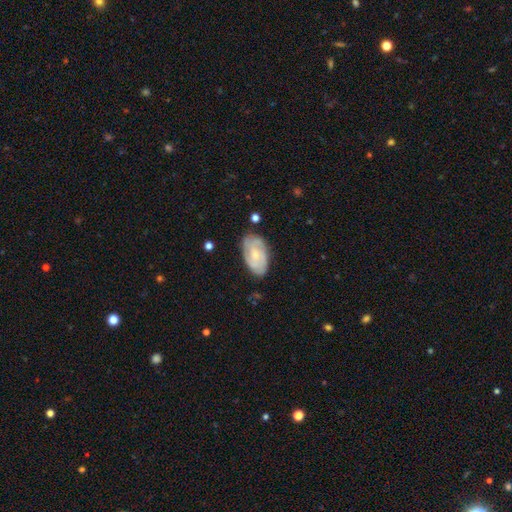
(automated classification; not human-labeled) Smooth or featured? featured or disk (64%)
Edge-on disk? no (96%)
Bar? no (68%)
Spiral arms? yes (86%)
Spiral winding? tight (59%)
Spiral arm count? can't tell (39%)
Bulge size? small (60%)
Merging? none (75%)